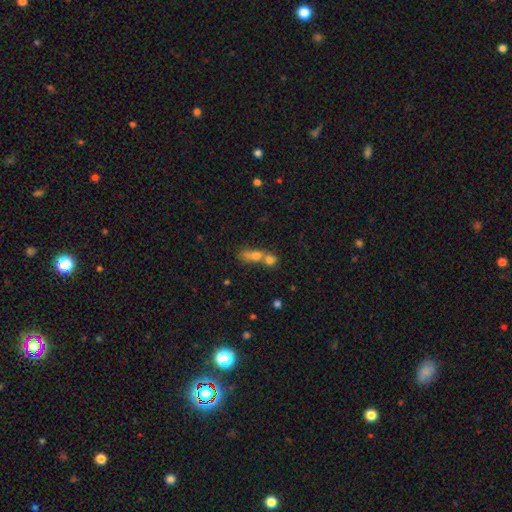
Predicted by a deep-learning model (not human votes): smooth_or_featured: smooth (p=0.69) [alt: featured or disk p=0.17]
how_rounded: in between (p=0.53) [alt: round p=0.30]
merging: merger (p=0.61) [alt: none p=0.25]